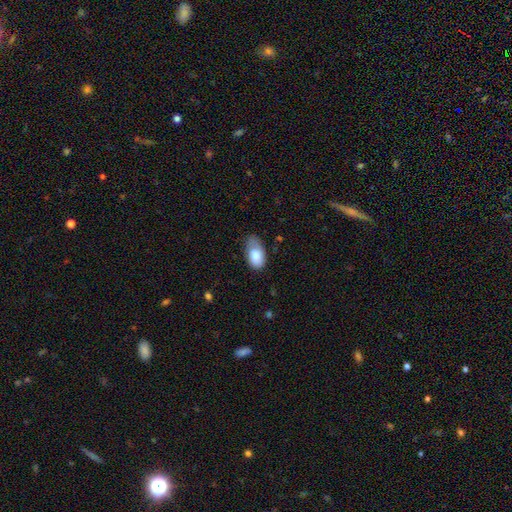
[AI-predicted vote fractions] smooth 82%, featured or disk 11%, star or artifact 7%. Down the decision tree: how rounded — in between (94%); merging — none (43%).